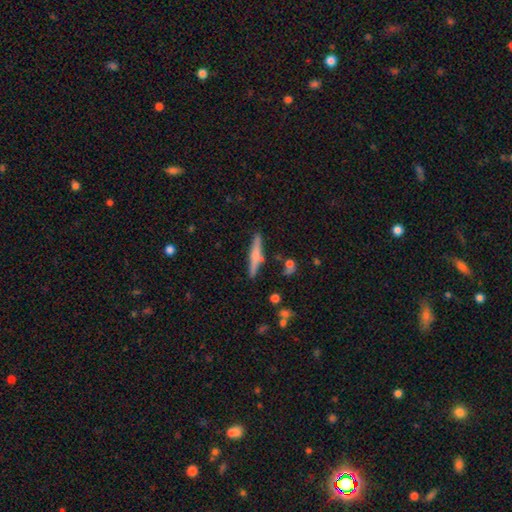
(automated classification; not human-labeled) A smooth galaxy with no disk features (54%) that is cigar-shaped (90%).

Vote fractions:
- Smooth or featured? smooth: 54% / featured or disk: 40% / star or artifact: 7%
- How rounded? cigar-shaped: 90% / in between: 8% / round: 2%
- Merging? none: 82% / minor disturbance: 11% / merger: 5% / major disturbance: 3%